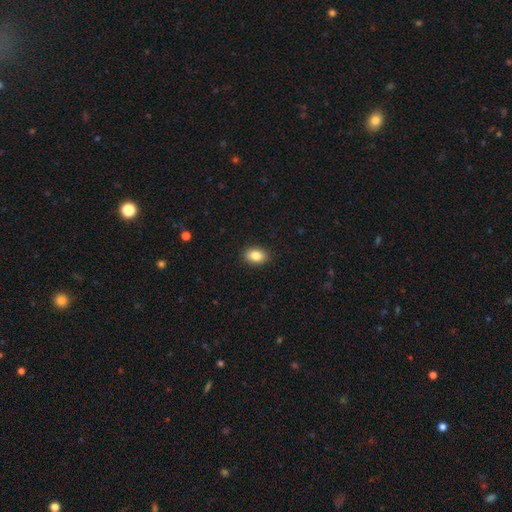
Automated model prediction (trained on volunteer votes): Smooth or featured: smooth — 84% (star or artifact — 8%)
How rounded: in between — 82% (round — 17%)
Merging: none — 90% (minor disturbance — 7%)